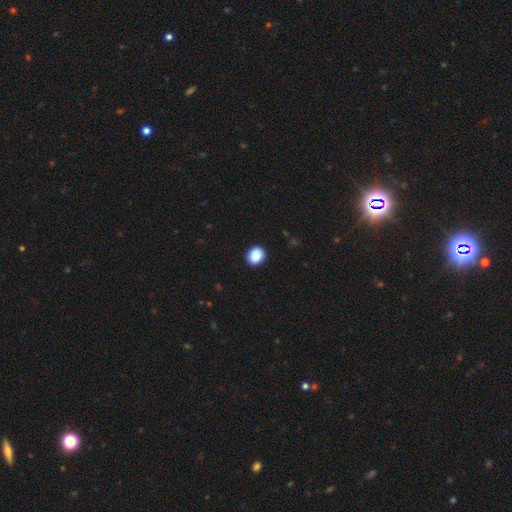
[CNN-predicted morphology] This is clearly a smooth galaxy (89%). How rounded: likely round (63%). Merging: clearly none (90%).